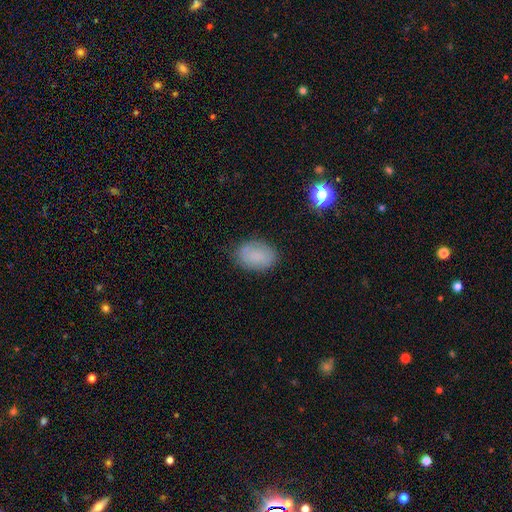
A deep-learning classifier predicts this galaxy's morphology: Q: Smooth or featured?
A: smooth (82%); runner-up: star or artifact (9%)
Q: How rounded?
A: in between (79%); runner-up: round (20%)
Q: Merging?
A: none (80%); runner-up: minor disturbance (15%)